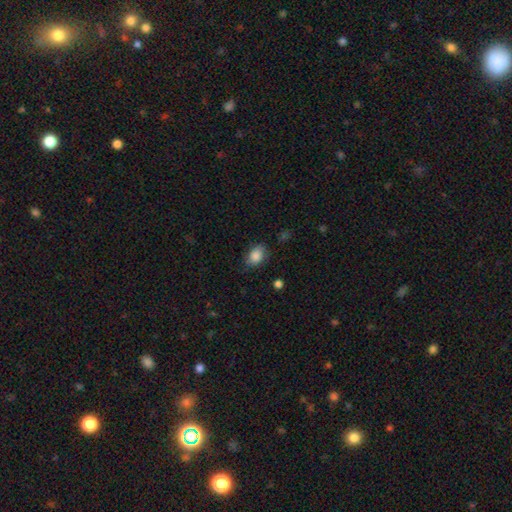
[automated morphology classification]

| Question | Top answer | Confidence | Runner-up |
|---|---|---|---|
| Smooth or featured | smooth | 85% | star or artifact (9%) |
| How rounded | in between | 71% | round (28%) |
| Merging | none | 71% | minor disturbance (22%) |